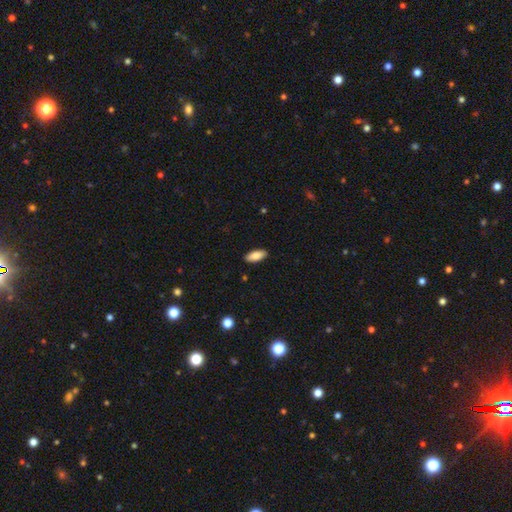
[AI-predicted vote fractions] The model was most divided on "how rounded": in between: 85%, cigar-shaped: 13%, round: 2%. More confident: merging — none (89%); smooth or featured — smooth (85%).